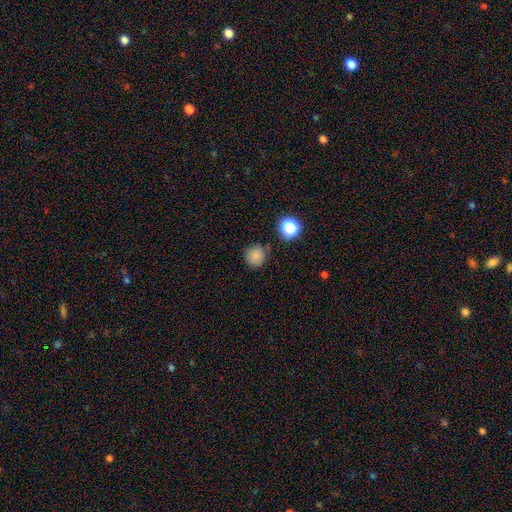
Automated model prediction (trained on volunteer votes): Overall: smooth (81%). How rounded: round (92%). Merging: none (83%).